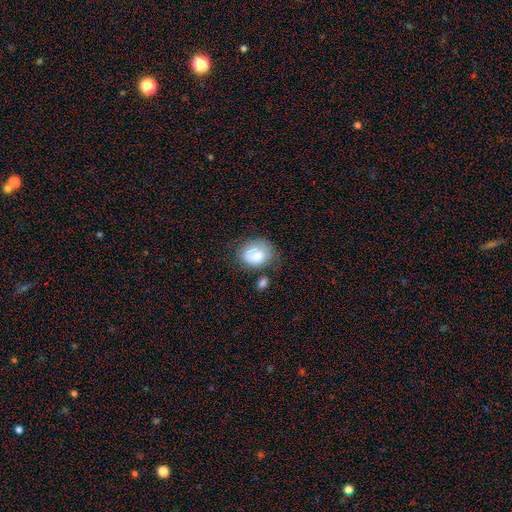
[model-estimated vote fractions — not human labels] A smooth galaxy with no disk features (77%) that is in between round and cigar-shaped (55%). Merging: none (54%).